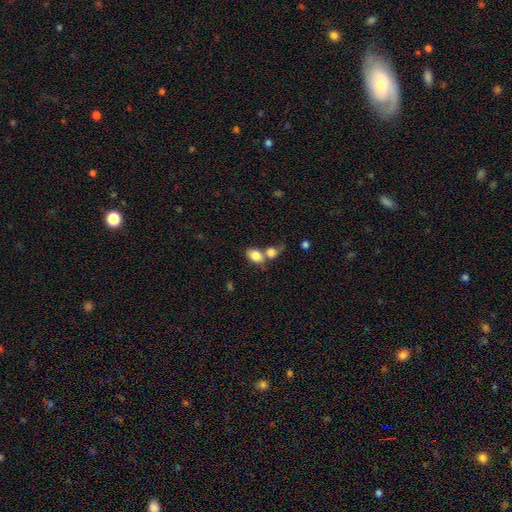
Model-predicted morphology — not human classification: Smooth or featured? Predicted: smooth (p=0.82). How rounded? Predicted: in between (p=0.80). Merging? Predicted: merger (p=0.51).